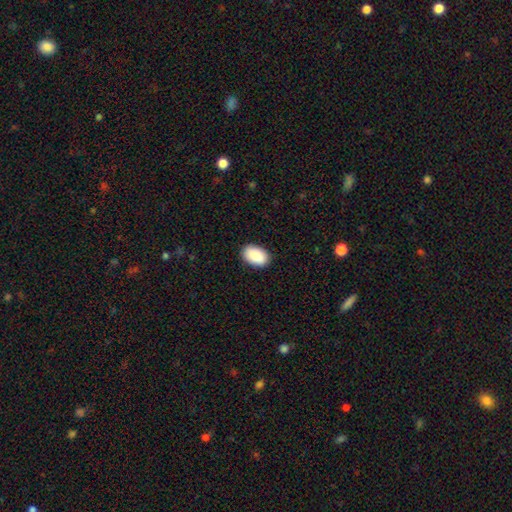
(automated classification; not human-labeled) Q: Smooth or featured?
A: smooth (91%); runner-up: star or artifact (6%)
Q: How rounded?
A: in between (92%); runner-up: round (7%)
Q: Merging?
A: none (88%); runner-up: minor disturbance (9%)